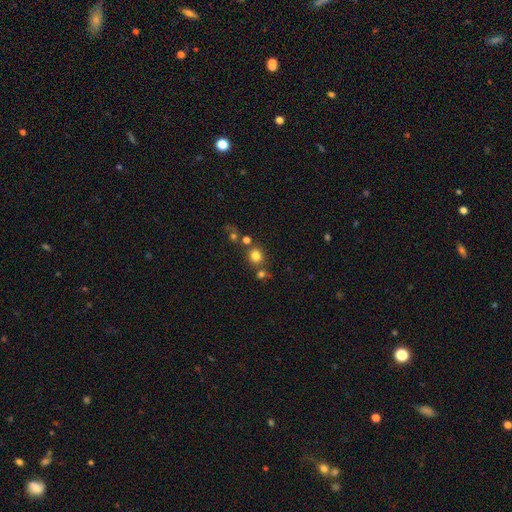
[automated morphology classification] smooth 78%, star or artifact 15%, featured or disk 7%. Down the decision tree: how rounded — round (84%); merging — none (69%).